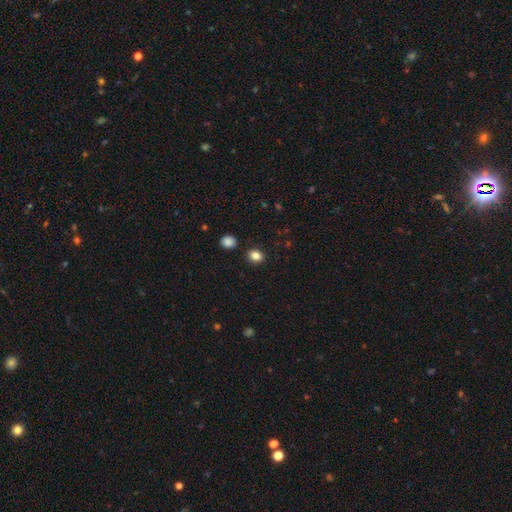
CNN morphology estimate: A smooth galaxy with no disk features (85%) that is round (58%). Merging: none (88%).